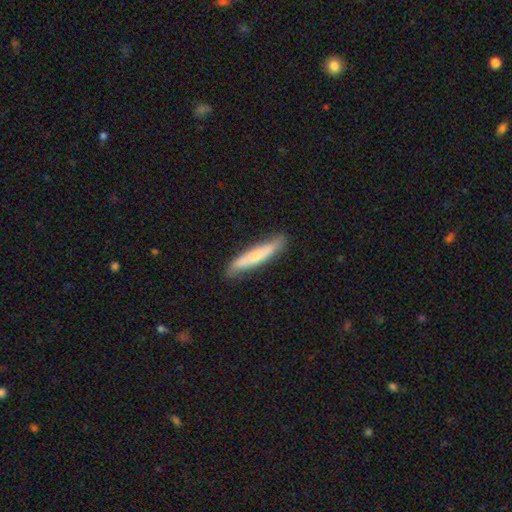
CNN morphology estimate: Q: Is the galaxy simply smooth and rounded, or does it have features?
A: smooth — 58%.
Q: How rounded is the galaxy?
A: cigar-shaped — 89%.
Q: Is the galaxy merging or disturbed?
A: none — 81%.